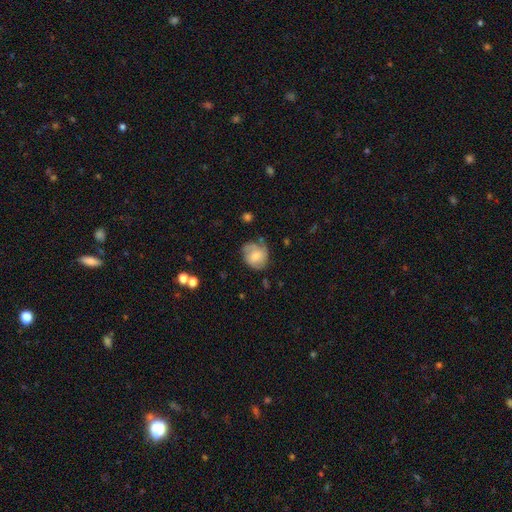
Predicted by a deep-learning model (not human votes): smooth_or_featured: smooth (p=0.49) [alt: featured or disk p=0.44]
merging: none (p=0.58) [alt: minor disturbance p=0.29]